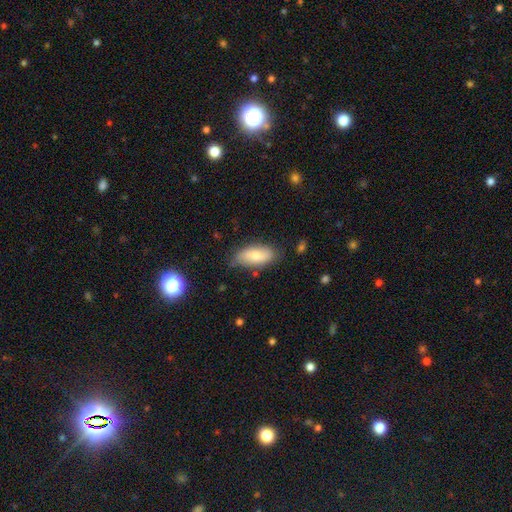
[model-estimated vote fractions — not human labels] smooth_or_featured: smooth (p=0.73) [alt: featured or disk p=0.20]
how_rounded: in between (p=0.89) [alt: cigar-shaped p=0.08]
merging: none (p=0.72) [alt: minor disturbance p=0.22]